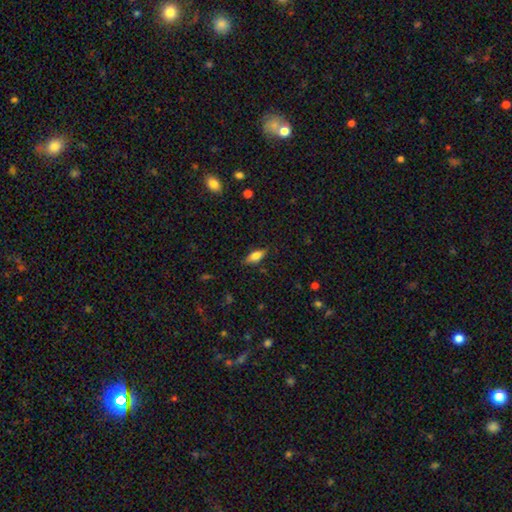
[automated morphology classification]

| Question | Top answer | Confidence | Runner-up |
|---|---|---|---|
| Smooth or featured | smooth | 72% | featured or disk (20%) |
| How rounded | in between | 76% | cigar-shaped (21%) |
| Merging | none | 82% | minor disturbance (14%) |